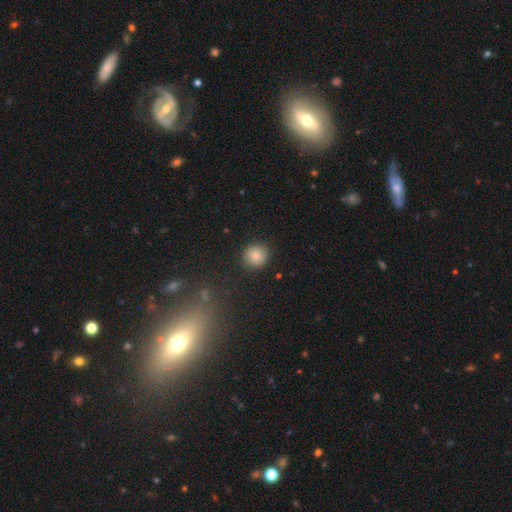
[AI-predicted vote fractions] Smooth or featured?
  - smooth: 79% *
  - featured or disk: 11%
  - star or artifact: 11%
How rounded?
  - round: 92% *
  - in between: 7%
  - cigar-shaped: 1%
Merging?
  - none: 89% *
  - minor disturbance: 8%
  - major disturbance: 2%
  - merger: 1%